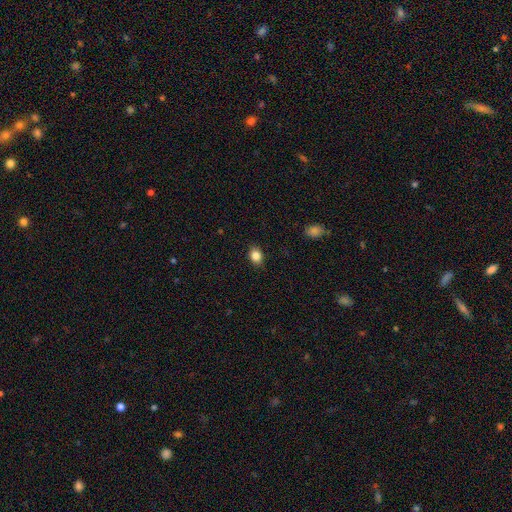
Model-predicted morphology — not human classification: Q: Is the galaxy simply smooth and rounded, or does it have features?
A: smooth — 85%.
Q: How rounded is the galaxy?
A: in between — 57%.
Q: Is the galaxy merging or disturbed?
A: none — 87%.